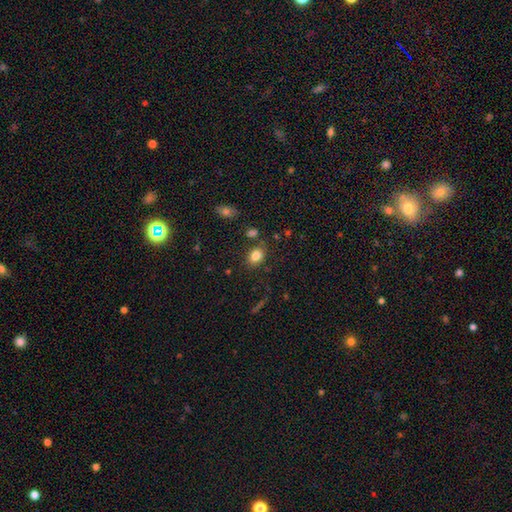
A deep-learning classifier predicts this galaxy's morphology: Q: Smooth or featured?
A: smooth (83%); runner-up: star or artifact (10%)
Q: How rounded?
A: in between (65%); runner-up: round (33%)
Q: Merging?
A: none (78%); runner-up: minor disturbance (12%)